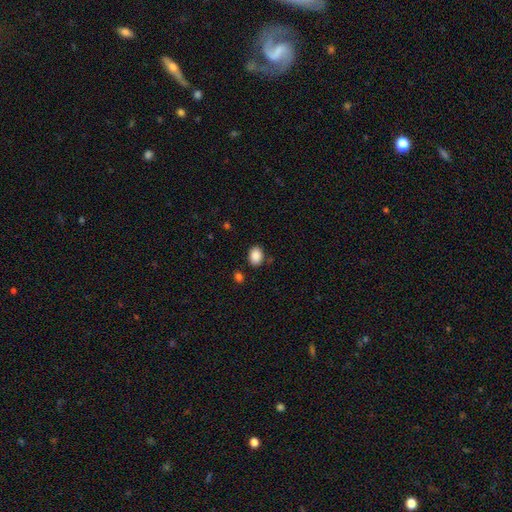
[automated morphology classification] A smooth galaxy with no disk features (88%) that is in between round and cigar-shaped (67%).

Vote fractions:
- Smooth or featured? smooth: 88% / star or artifact: 8% / featured or disk: 3%
- How rounded? in between: 67% / round: 32% / cigar-shaped: 1%
- Merging? none: 83% / minor disturbance: 11% / merger: 3% / major disturbance: 3%